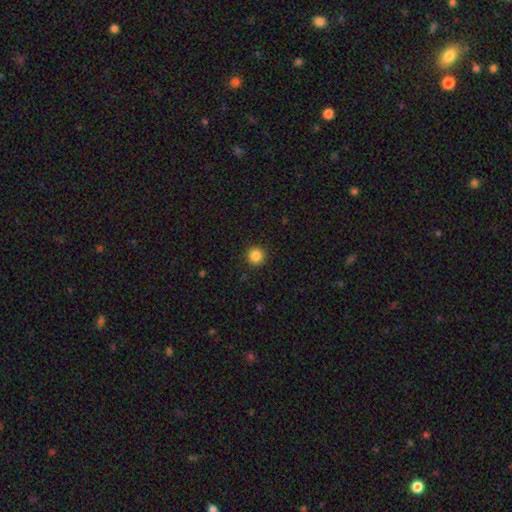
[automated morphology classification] A smooth galaxy with no disk features (86%) that is round (95%).

Vote fractions:
- Smooth or featured? smooth: 86% / star or artifact: 11% / featured or disk: 3%
- How rounded? round: 95% / in between: 4% / cigar-shaped: 1%
- Merging? none: 92% / minor disturbance: 5% / major disturbance: 2% / merger: 1%